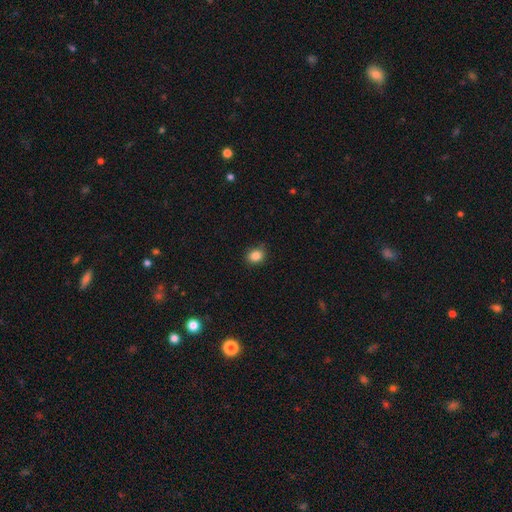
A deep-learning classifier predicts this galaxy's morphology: smooth-or-featured: smooth: 85% | star or artifact: 10% | featured or disk: 4%
  how-rounded: round: 59% | in between: 40% | cigar-shaped: 1%
  merging: none: 84% | minor disturbance: 12% | major disturbance: 2% | merger: 1%